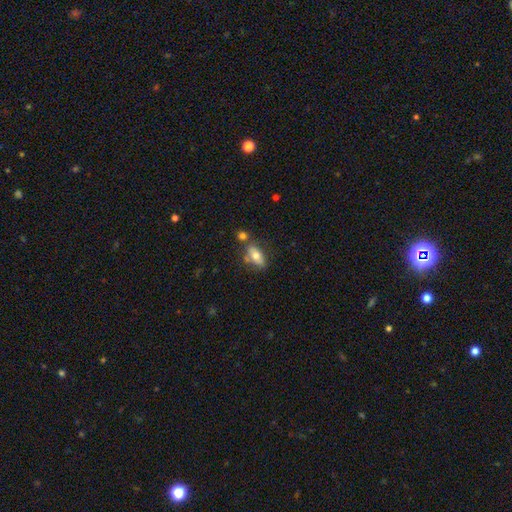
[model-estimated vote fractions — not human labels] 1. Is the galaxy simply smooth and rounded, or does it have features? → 64% smooth, 28% featured or disk, 8% star or artifact.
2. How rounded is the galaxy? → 77% in between, 18% cigar-shaped, 5% round.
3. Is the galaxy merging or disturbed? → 61% none, 18% merger, 17% minor disturbance, 5% major disturbance.